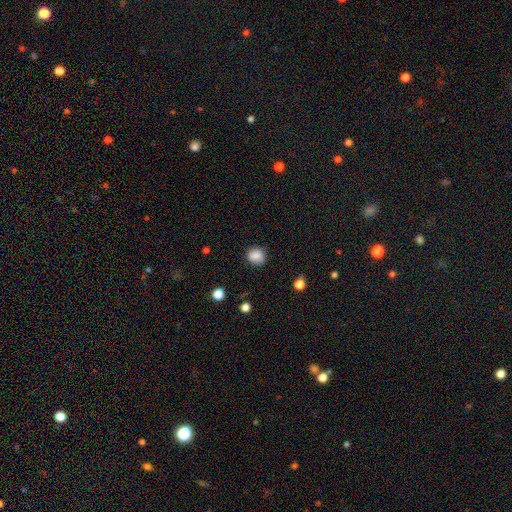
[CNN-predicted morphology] This is clearly a smooth galaxy (86%). How rounded: likely round (71%). Merging: clearly none (80%).